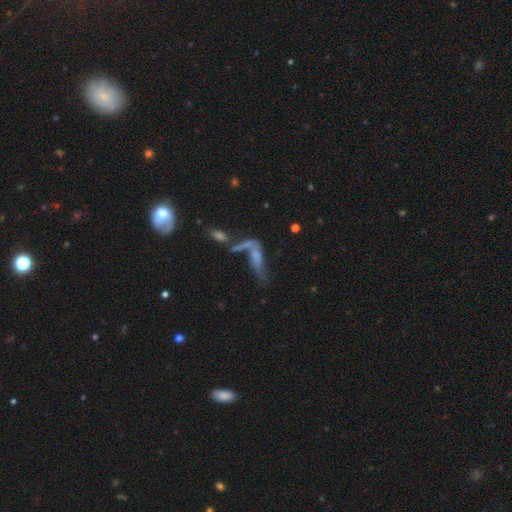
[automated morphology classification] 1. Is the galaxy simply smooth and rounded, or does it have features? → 50% smooth, 36% featured or disk, 14% star or artifact.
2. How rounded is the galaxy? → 49% cigar-shaped, 47% in between, 4% round.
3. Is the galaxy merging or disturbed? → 40% merger, 27% none, 18% major disturbance, 15% minor disturbance.